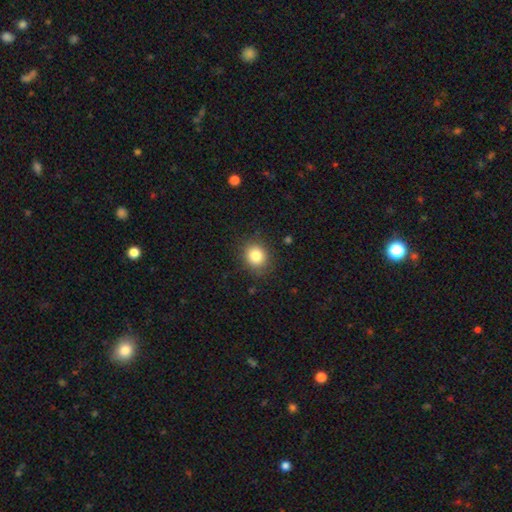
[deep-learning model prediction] Morphology: type=smooth (83%); roundness=round (78%); merging=none (86%).